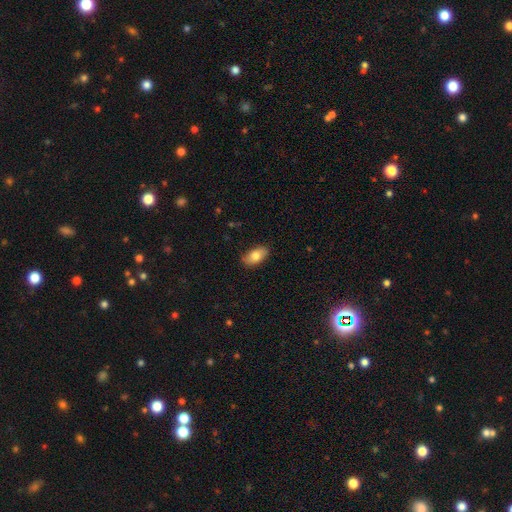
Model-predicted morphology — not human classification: smooth 81%, featured or disk 12%, star or artifact 7%. Down the decision tree: how rounded — in between (93%); merging — none (86%).